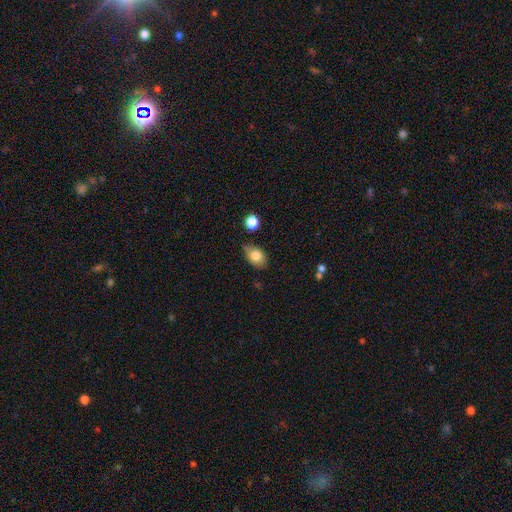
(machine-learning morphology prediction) type=smooth (81%); roundness=in between (81%); merging=none (68%).